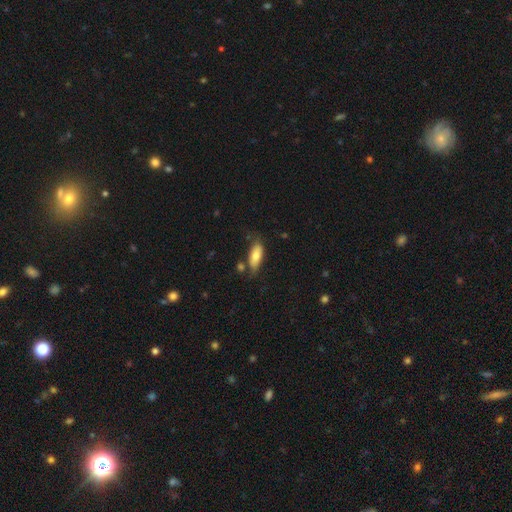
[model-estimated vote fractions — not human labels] smooth_or_featured: smooth (p=0.76) [alt: featured or disk p=0.18]
how_rounded: in between (p=0.78) [alt: cigar-shaped p=0.19]
merging: none (p=0.67) [alt: minor disturbance p=0.21]